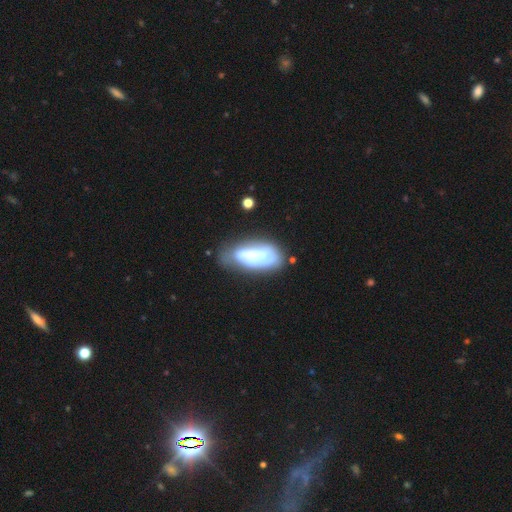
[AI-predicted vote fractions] Smooth or featured: featured or disk — 60% (smooth — 34%)
Edge-on disk: no — 90% (yes — 10%)
Bar: no — 41% (weak — 36%)
Spiral arms: yes — 68% (no — 32%)
Bulge size: moderate — 55% (small — 26%)
Merging: none — 52% (minor disturbance — 29%)